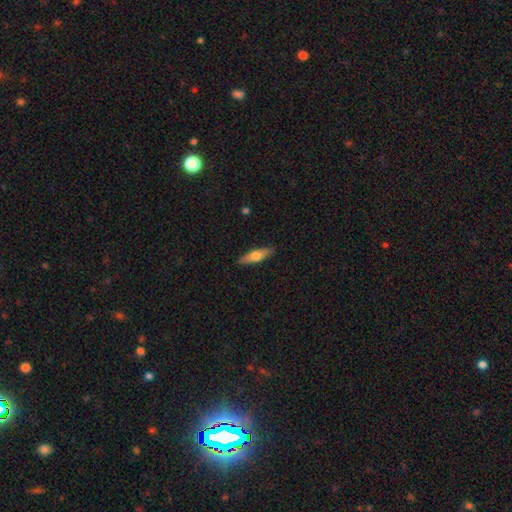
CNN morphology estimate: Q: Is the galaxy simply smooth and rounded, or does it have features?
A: smooth — 57%.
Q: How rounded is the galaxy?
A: cigar-shaped — 62%.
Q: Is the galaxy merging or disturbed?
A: none — 88%.